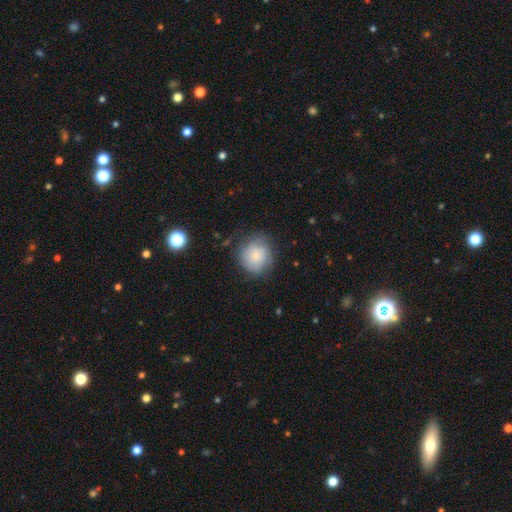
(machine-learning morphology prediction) Smooth or featured?
  - smooth: 72% *
  - featured or disk: 21%
  - star or artifact: 8%
How rounded?
  - round: 85% *
  - in between: 14%
  - cigar-shaped: 1%
Merging?
  - none: 66% *
  - minor disturbance: 23%
  - major disturbance: 9%
  - merger: 2%